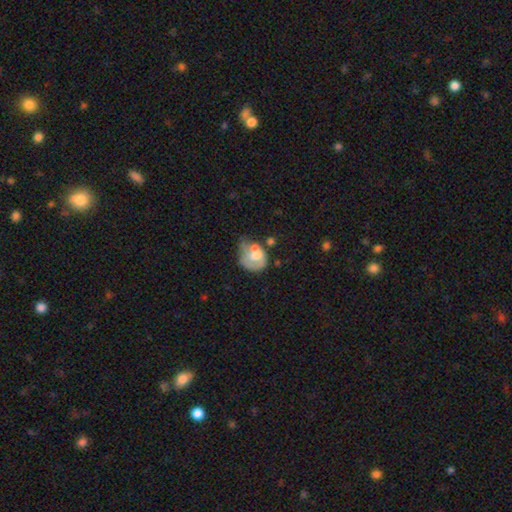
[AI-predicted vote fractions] The model was most divided on "smooth or featured" (2-way tie): featured or disk: 46%, smooth: 46%, star or artifact: 8%. Remaining: merging — major disturbance (28%).